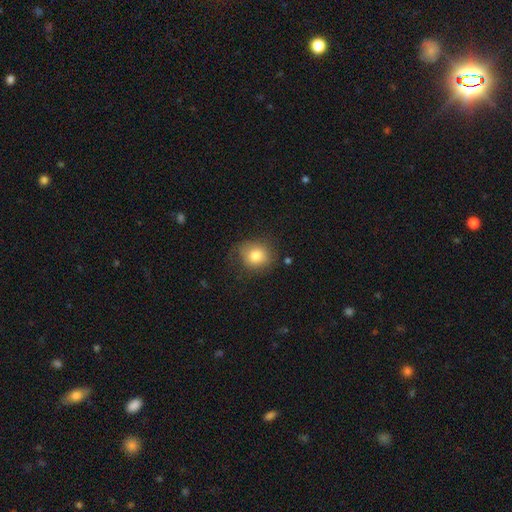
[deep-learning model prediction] A smooth galaxy with no disk features (79%) that is round (73%). Merging: none (67%).